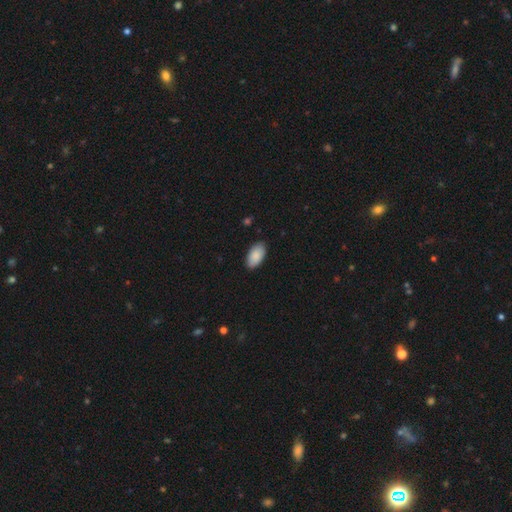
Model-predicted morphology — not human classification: smooth-or-featured: smooth: 89% | star or artifact: 6% | featured or disk: 5%
  how-rounded: in between: 96% | round: 2% | cigar-shaped: 2%
  merging: none: 87% | minor disturbance: 11% | major disturbance: 2% | merger: 1%